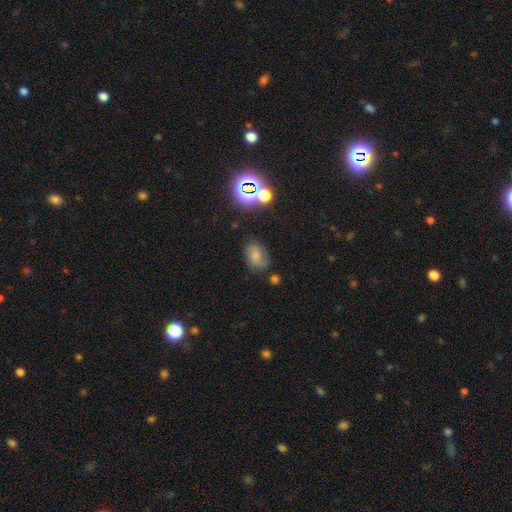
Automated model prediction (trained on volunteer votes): Smooth or featured? Predicted: smooth (p=0.46). Merging? Predicted: none (p=0.67).